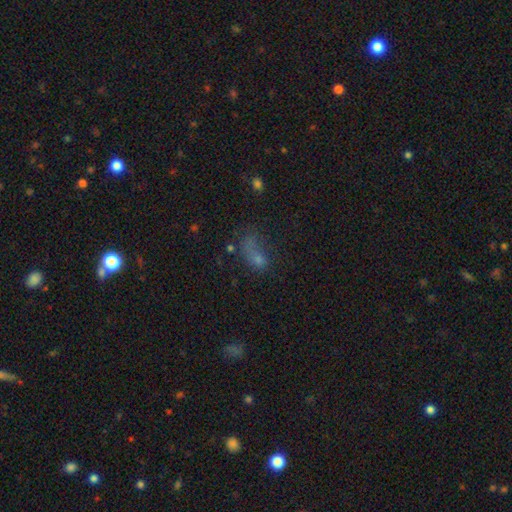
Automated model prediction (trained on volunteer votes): This is possibly a smooth galaxy (57%). How rounded: likely in between (72%). Merging: marginally major disturbance (37%).